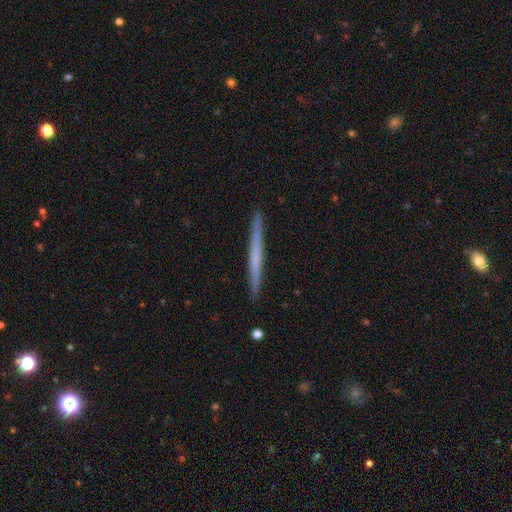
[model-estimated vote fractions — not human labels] The model was most divided on "smooth or featured": featured or disk: 48%, smooth: 46%, star or artifact: 6%. More confident: merging — none (92%).